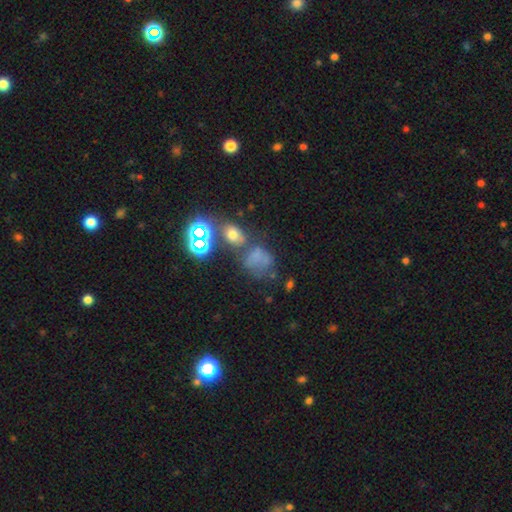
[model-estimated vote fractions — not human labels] Smooth or featured? smooth (47%)
Merging? none (34%)